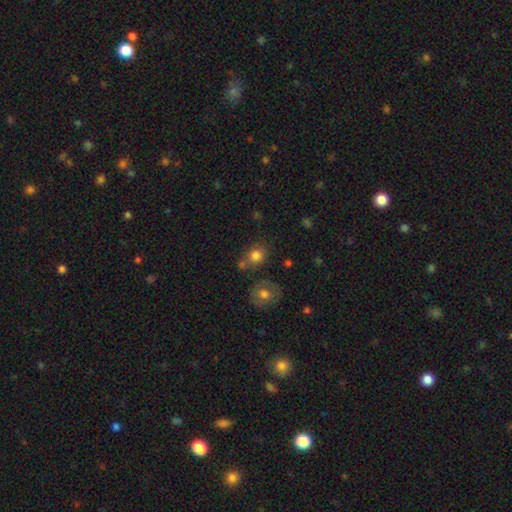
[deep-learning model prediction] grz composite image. It shows a smooth galaxy with no disk features (79%) that is round (69%). Merging: none (61%).